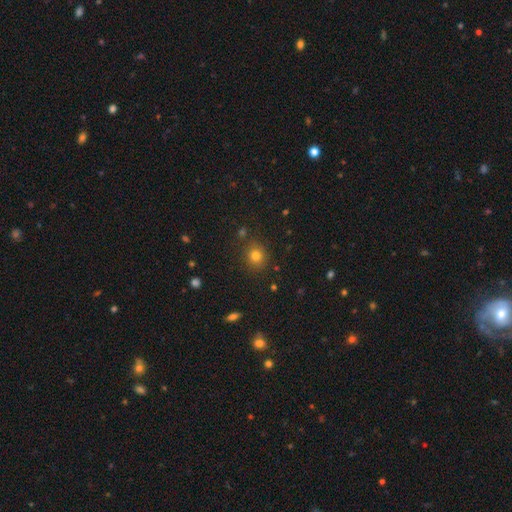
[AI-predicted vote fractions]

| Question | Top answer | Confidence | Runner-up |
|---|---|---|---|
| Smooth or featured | smooth | 78% | star or artifact (15%) |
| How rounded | round | 82% | in between (17%) |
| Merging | none | 85% | minor disturbance (9%) |